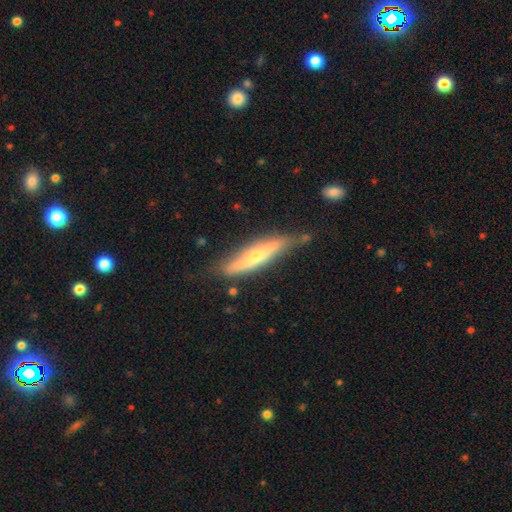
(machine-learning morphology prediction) A featured or disk galaxy (56%) viewed edge-on (83%).

Vote fractions:
- Smooth or featured? featured or disk: 56% / smooth: 38% / star or artifact: 6%
- Edge-on disk? yes: 83% / no: 17%
- Merging? none: 66% / minor disturbance: 24% / major disturbance: 5% / merger: 4%